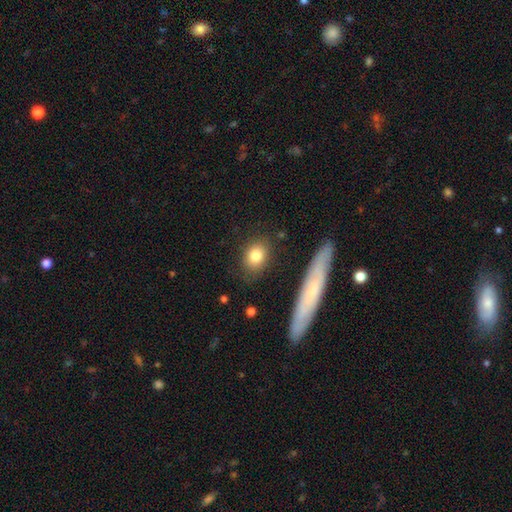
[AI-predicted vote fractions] smooth 82%, featured or disk 9%, star or artifact 9%. Down the decision tree: how rounded — round (50%); merging — none (84%).